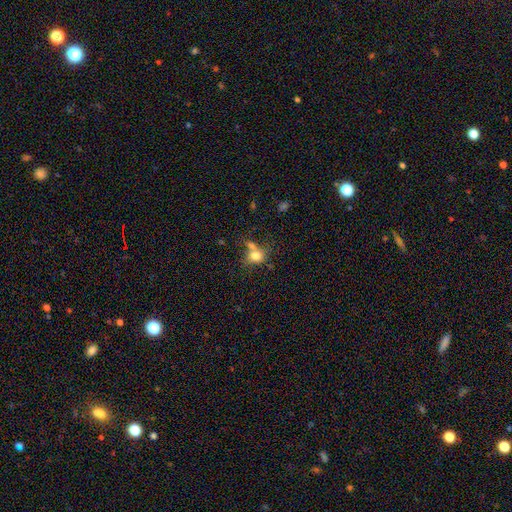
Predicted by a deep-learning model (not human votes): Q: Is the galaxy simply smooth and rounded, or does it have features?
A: smooth — 77%.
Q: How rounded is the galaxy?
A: round — 60%.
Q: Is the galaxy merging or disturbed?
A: none — 45%.